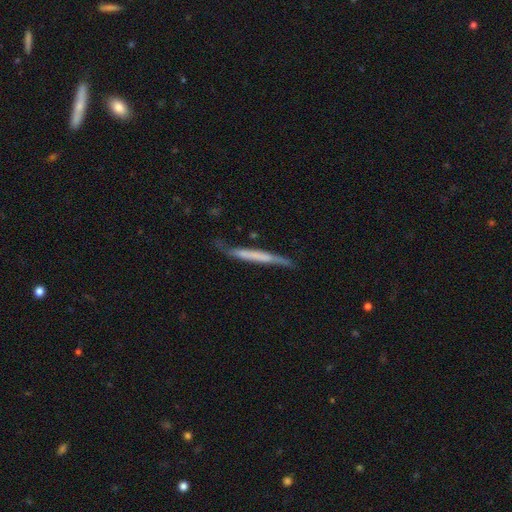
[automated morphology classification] A featured or disk galaxy (51%) viewed edge-on (86%). Merging: none (61%).